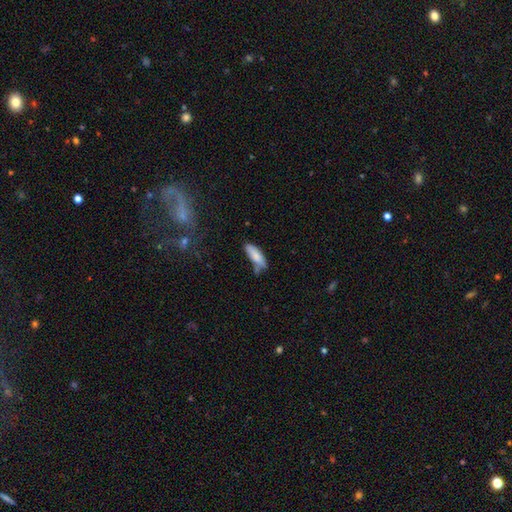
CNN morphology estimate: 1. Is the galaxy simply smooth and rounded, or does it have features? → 81% smooth, 13% featured or disk, 7% star or artifact.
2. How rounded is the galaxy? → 54% in between, 44% cigar-shaped, 2% round.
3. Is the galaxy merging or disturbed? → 51% none, 30% minor disturbance, 11% merger, 8% major disturbance.